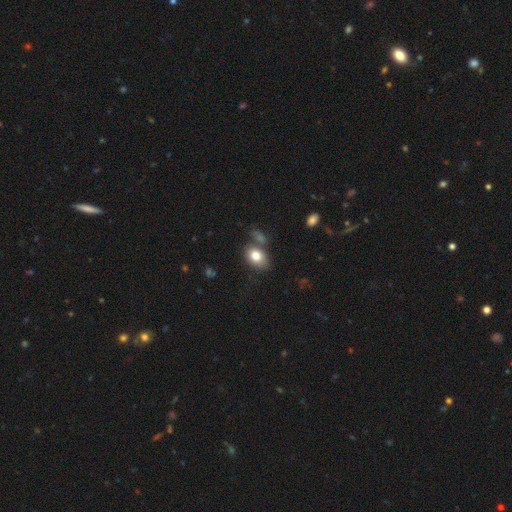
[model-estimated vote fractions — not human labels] Q: Smooth or featured?
A: smooth (80%); runner-up: featured or disk (11%)
Q: How rounded?
A: in between (74%); runner-up: round (25%)
Q: Merging?
A: none (63%); runner-up: minor disturbance (16%)